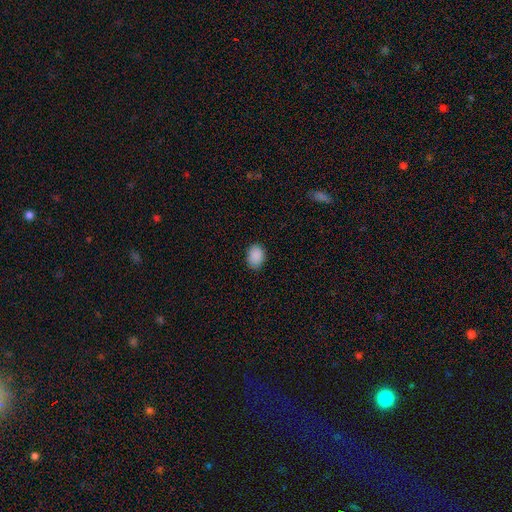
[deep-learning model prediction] The model was most divided on "how rounded": in between: 68%, round: 31%, cigar-shaped: 1%. More confident: smooth or featured — smooth (89%); merging — none (84%).